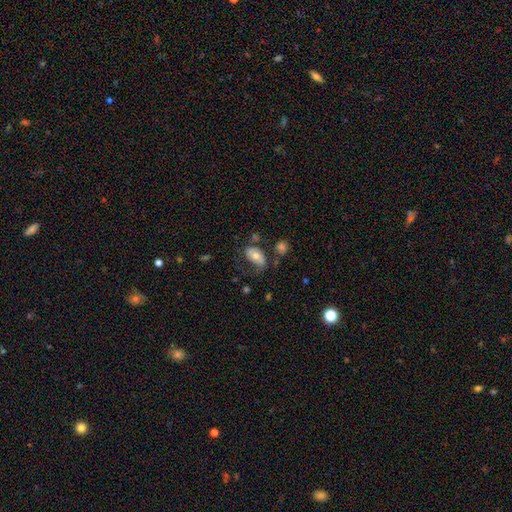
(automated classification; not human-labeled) This appears to be a smooth galaxy with no disk features (58%) that is in between round and cigar-shaped (88%). Merging: none (46%).